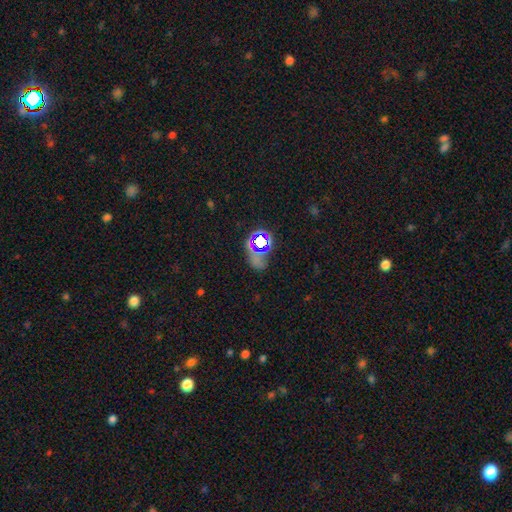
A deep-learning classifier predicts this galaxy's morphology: Smooth or featured? Predicted: star or artifact (p=0.62).